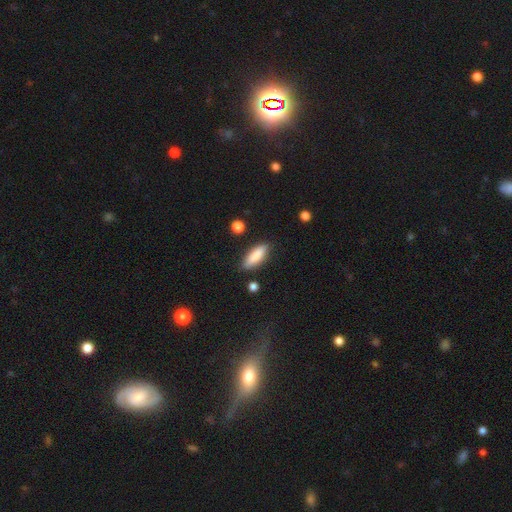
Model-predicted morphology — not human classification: The model was most divided on "how rounded": in between: 58%, cigar-shaped: 40%, round: 2%. More confident: smooth or featured — smooth (83%); merging — none (82%).